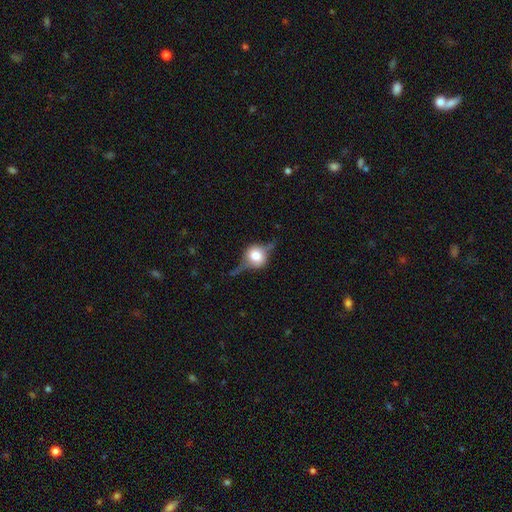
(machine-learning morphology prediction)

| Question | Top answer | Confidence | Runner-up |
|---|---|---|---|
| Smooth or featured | featured or disk | 66% | smooth (26%) |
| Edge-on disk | yes | 91% | no (9%) |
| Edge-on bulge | rounded | 93% | boxy (6%) |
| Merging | none | 66% | minor disturbance (21%) |